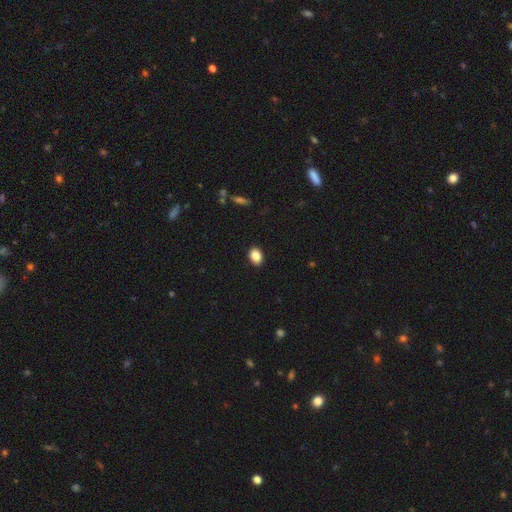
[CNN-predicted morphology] Q: Smooth or featured?
A: smooth (86%); runner-up: star or artifact (9%)
Q: How rounded?
A: in between (74%); runner-up: round (25%)
Q: Merging?
A: none (90%); runner-up: minor disturbance (7%)